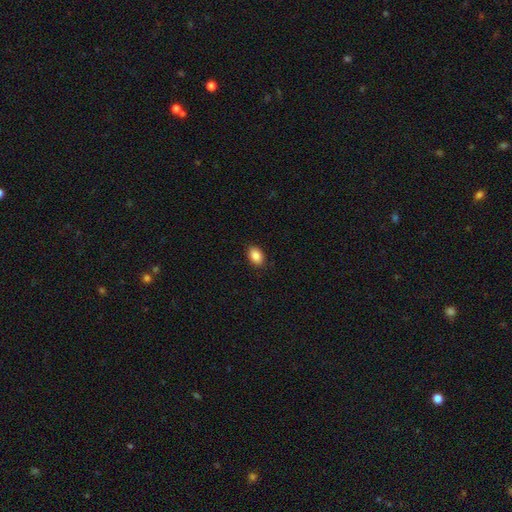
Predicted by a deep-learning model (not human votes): Smooth or featured? Predicted: smooth (p=0.88). How rounded? Predicted: in between (p=0.84). Merging? Predicted: none (p=0.89).